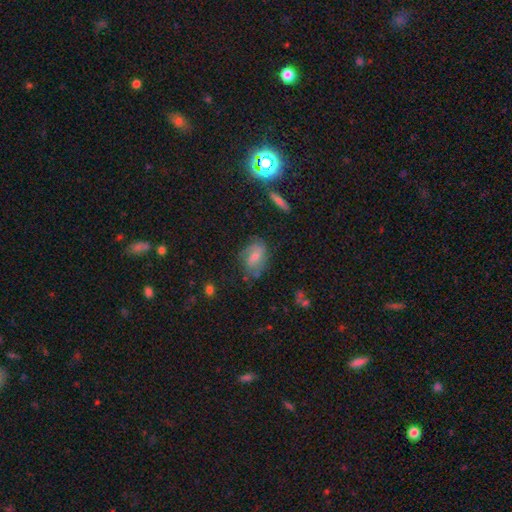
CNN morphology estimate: A featured or disk galaxy (49%). Merging: none (65%).